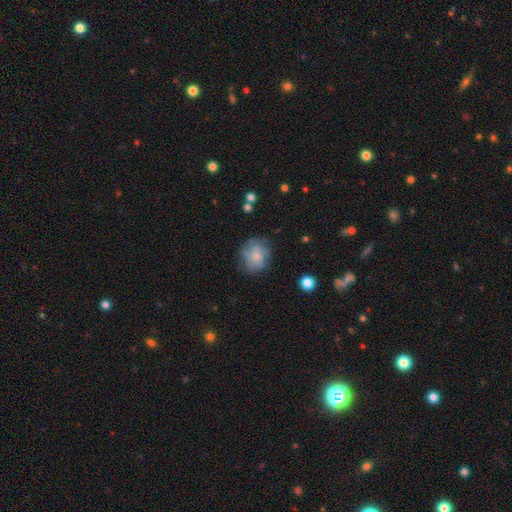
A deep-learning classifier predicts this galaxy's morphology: This is possibly a smooth galaxy (58%). How rounded: likely round (71%). Merging: likely none (63%).